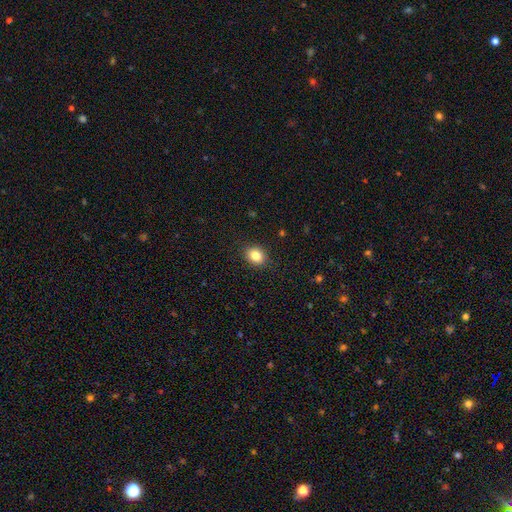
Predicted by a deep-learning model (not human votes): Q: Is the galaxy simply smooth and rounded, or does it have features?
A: smooth — 84%.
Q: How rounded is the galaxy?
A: round — 52%.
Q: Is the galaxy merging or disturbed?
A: none — 89%.